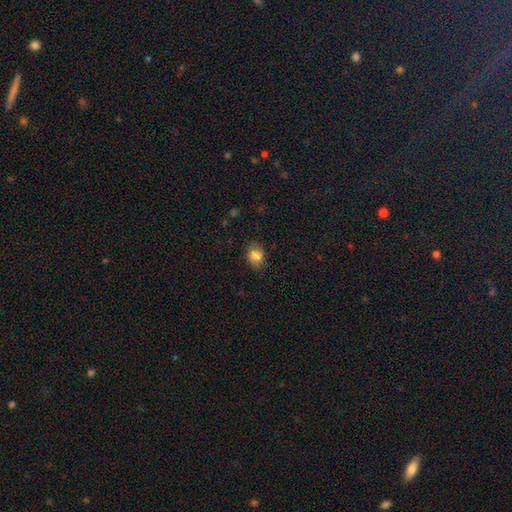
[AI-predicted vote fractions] Overall: smooth (82%). How rounded: in between (52%; round 47%). Merging: none (79%).